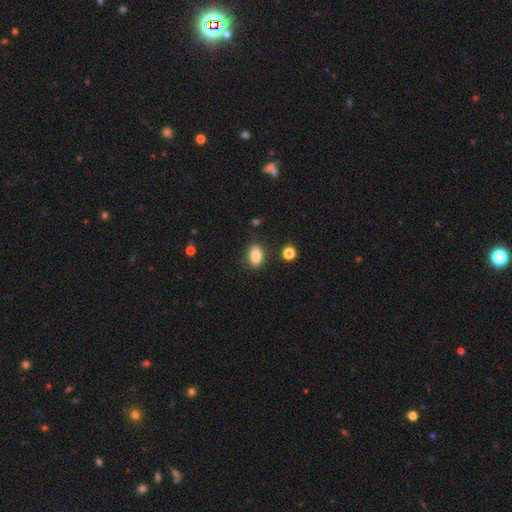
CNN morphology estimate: Smooth or featured: smooth — 84% (star or artifact — 9%)
How rounded: in between — 86% (round — 11%)
Merging: none — 84% (minor disturbance — 11%)